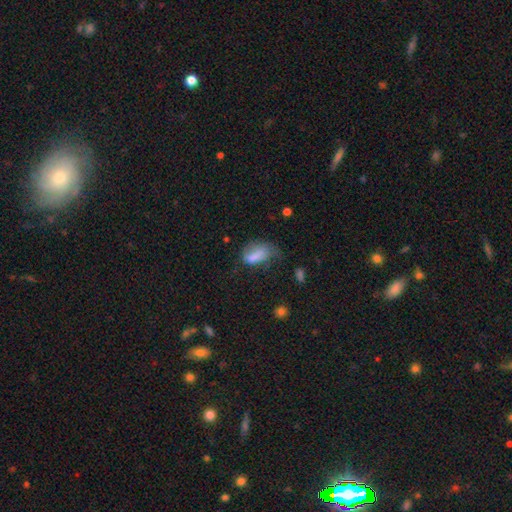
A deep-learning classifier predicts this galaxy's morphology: smooth_or_featured: smooth (p=0.73) [alt: featured or disk p=0.17]
how_rounded: in between (p=0.89) [alt: round p=0.07]
merging: major disturbance (p=0.41) [alt: minor disturbance p=0.31]